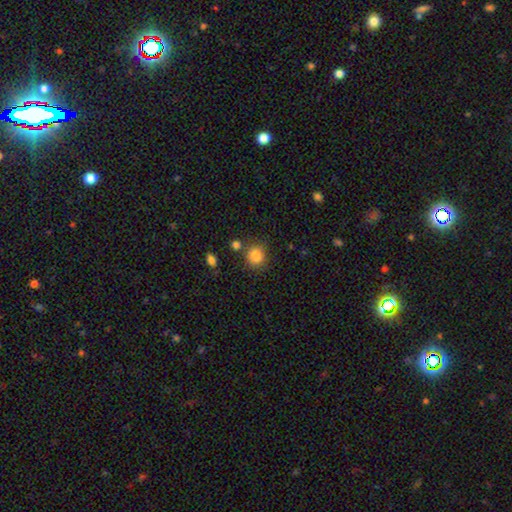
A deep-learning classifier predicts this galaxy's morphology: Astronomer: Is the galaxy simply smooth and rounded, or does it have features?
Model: smooth — 85%.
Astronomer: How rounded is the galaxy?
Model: round — 84%.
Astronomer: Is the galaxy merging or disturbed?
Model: none — 78%.